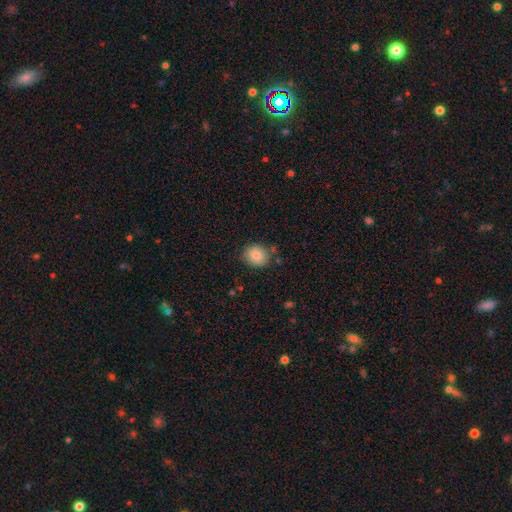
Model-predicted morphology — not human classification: smooth 85%, star or artifact 8%, featured or disk 6%. Down the decision tree: how rounded — round (70%); merging — none (80%).